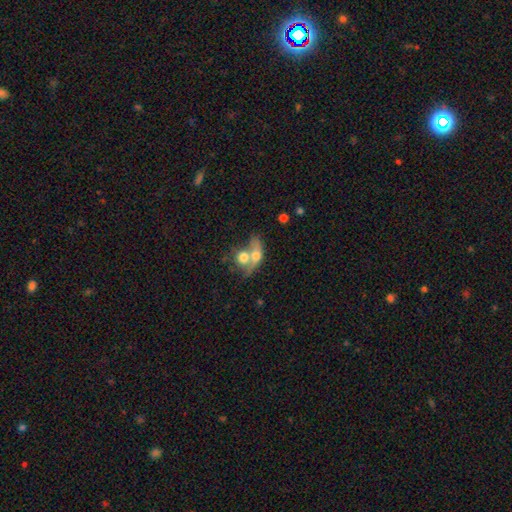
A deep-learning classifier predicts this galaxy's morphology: smooth_or_featured: smooth (p=0.58) [alt: featured or disk p=0.34]
how_rounded: in between (p=0.54) [alt: round p=0.35]
merging: merger (p=0.71) [alt: none p=0.16]